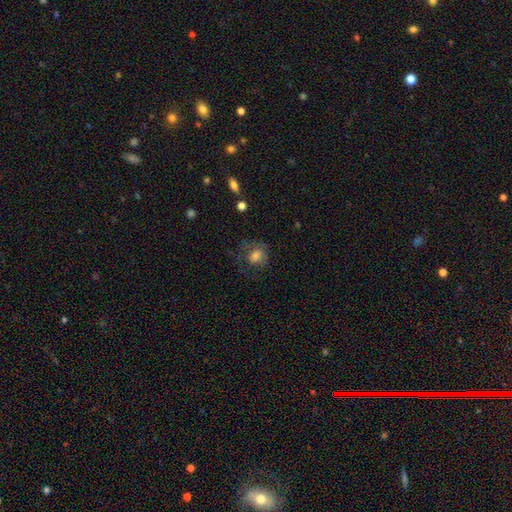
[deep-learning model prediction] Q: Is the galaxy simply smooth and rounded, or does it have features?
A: smooth — 65%.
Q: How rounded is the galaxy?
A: round — 71%.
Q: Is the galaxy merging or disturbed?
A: none — 53%.